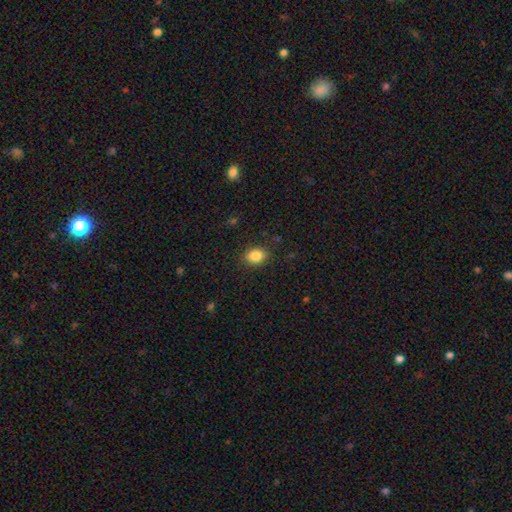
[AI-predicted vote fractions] Smooth or featured? Predicted: smooth (p=0.85). How rounded? Predicted: in between (p=0.59). Merging? Predicted: none (p=0.87).